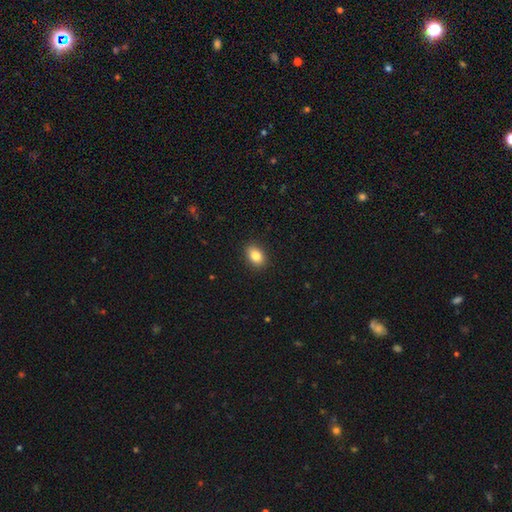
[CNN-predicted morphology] Smooth or featured? Predicted: smooth (p=0.84). How rounded? Predicted: in between (p=0.80). Merging? Predicted: none (p=0.90).